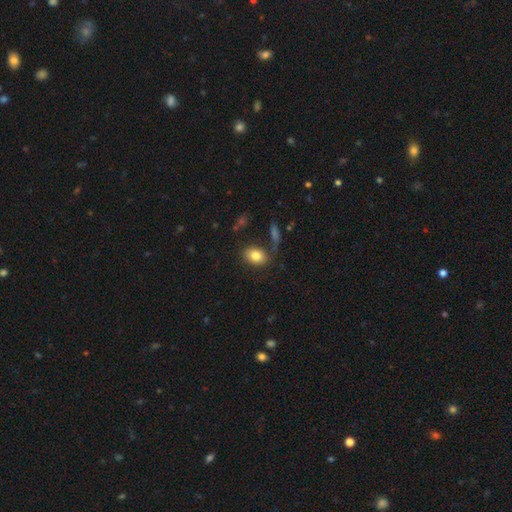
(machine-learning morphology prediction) Overall: smooth (82%). How rounded: in between (73%). Merging: none (76%).